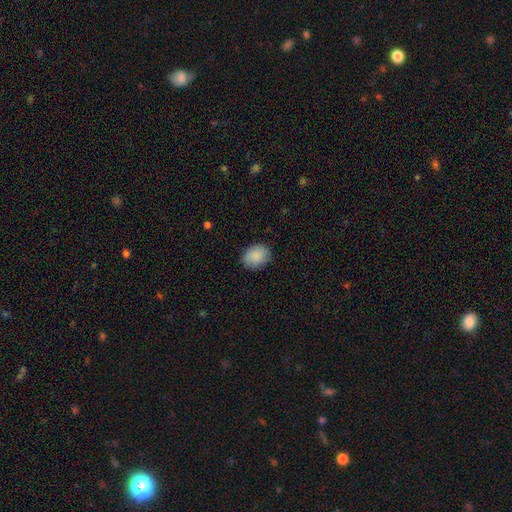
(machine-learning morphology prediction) This appears to be a smooth galaxy with no disk features (88%) that is in between round and cigar-shaped (54%). Merging: none (83%).